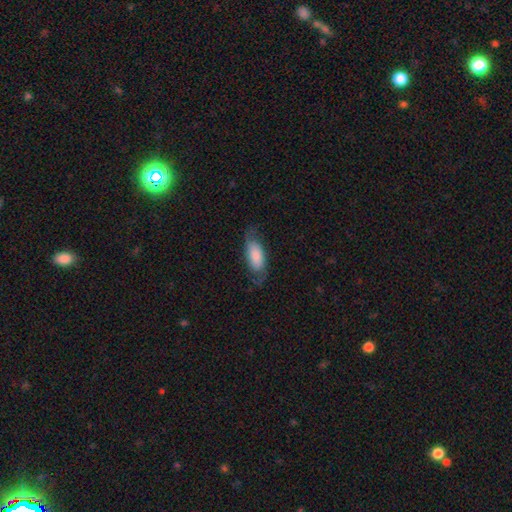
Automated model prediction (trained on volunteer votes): The model was most divided on "smooth or featured": smooth: 59%, featured or disk: 34%, star or artifact: 7%. More confident: how rounded — in between (85%); merging — none (62%).